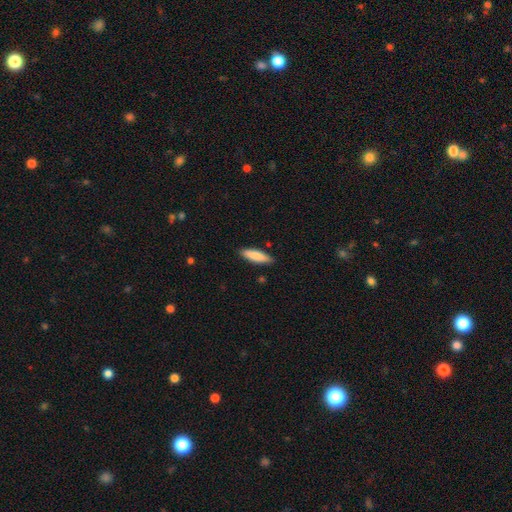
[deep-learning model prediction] smooth_or_featured: smooth (p=0.82) [alt: featured or disk p=0.13]
how_rounded: cigar-shaped (p=0.60) [alt: in between p=0.38]
merging: none (p=0.88) [alt: minor disturbance p=0.09]